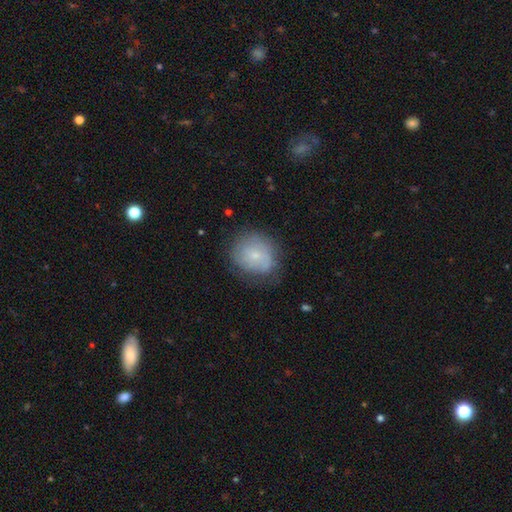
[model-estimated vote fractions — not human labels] Smooth or featured: smooth — 54% (featured or disk — 37%)
How rounded: round — 76% (in between — 23%)
Merging: none — 67% (minor disturbance — 23%)